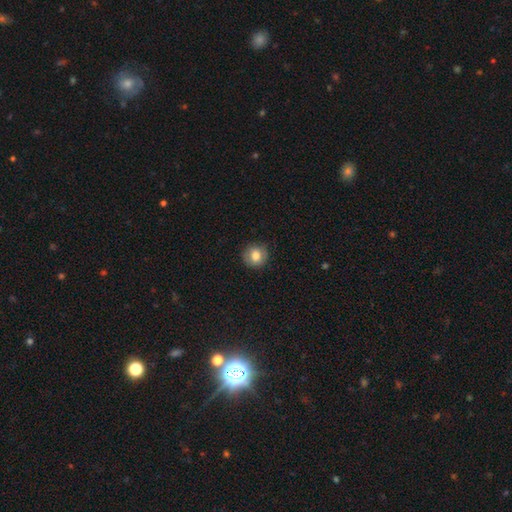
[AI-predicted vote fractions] Smooth or featured: smooth — 81% (featured or disk — 10%)
How rounded: round — 90% (in between — 9%)
Merging: none — 87% (minor disturbance — 10%)